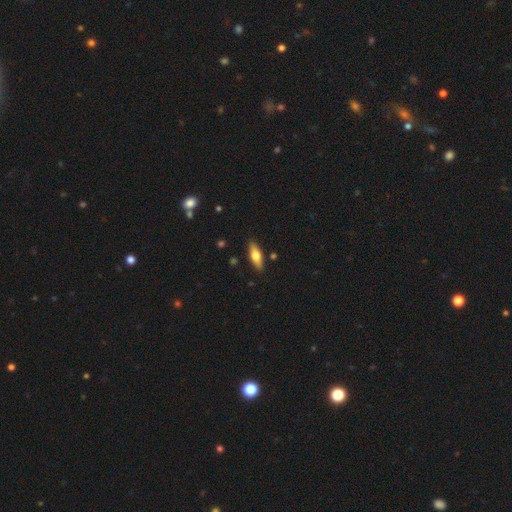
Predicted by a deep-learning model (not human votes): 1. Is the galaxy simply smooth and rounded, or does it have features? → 61% smooth, 33% featured or disk, 6% star or artifact.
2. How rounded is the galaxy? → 57% in between, 41% cigar-shaped, 2% round.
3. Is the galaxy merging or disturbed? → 87% none, 9% minor disturbance, 2% major disturbance, 2% merger.